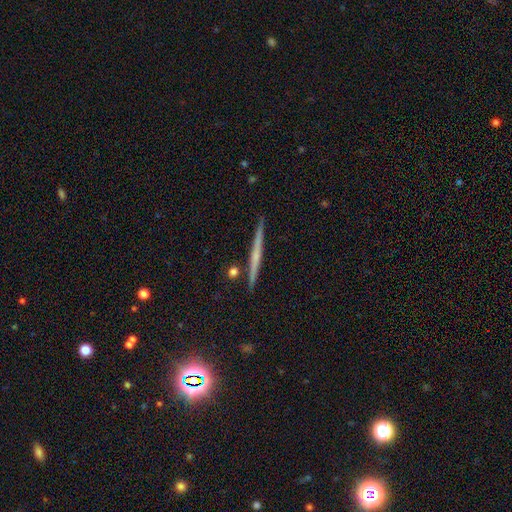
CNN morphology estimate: The model was most divided on "smooth or featured": featured or disk: 61%, smooth: 31%, star or artifact: 8%. More confident: edge-on disk — yes (98%); merging — none (91%); edge-on bulge — none (69%).